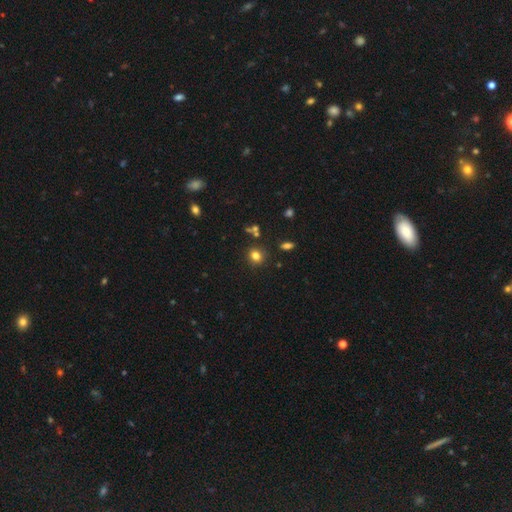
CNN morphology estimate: Smooth or featured: smooth — 79% (star or artifact — 14%)
How rounded: round — 81% (in between — 18%)
Merging: none — 84% (minor disturbance — 9%)